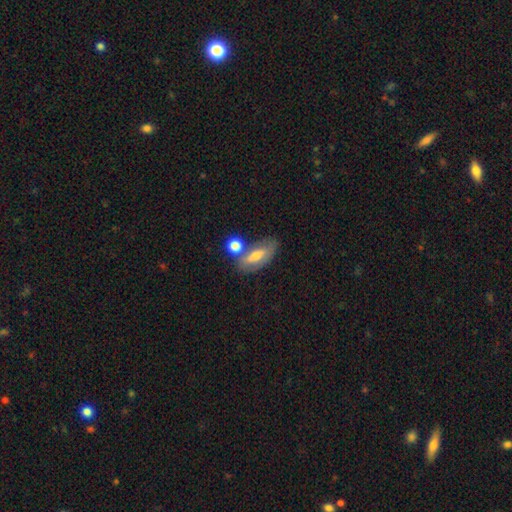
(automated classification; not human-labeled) The model was most divided on "smooth or featured": smooth: 57%, featured or disk: 35%, star or artifact: 8%. Remaining: how rounded — in between (76%); merging — none (48%).